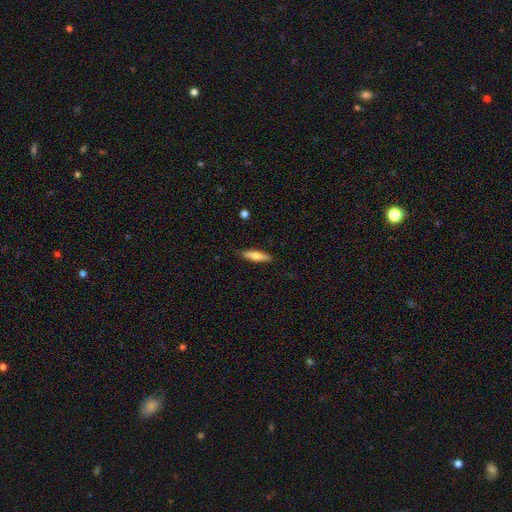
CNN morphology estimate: Smooth or featured? Predicted: smooth (p=0.65). How rounded? Predicted: cigar-shaped (p=0.77). Merging? Predicted: none (p=0.87).